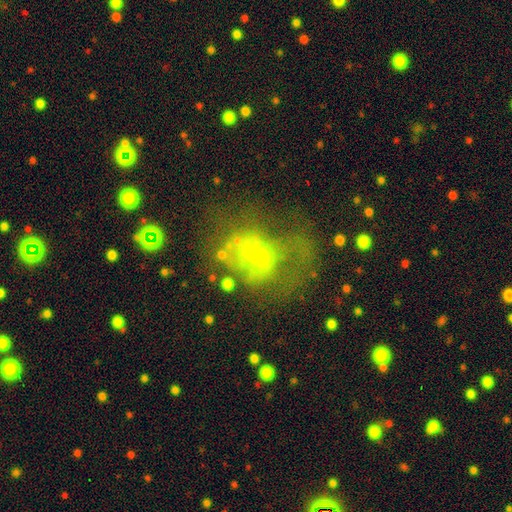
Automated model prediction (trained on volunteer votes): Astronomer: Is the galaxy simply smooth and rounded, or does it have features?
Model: featured or disk — 54% (runner-up: smooth, 31%).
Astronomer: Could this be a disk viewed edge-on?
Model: no — 95%.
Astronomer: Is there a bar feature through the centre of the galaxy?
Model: no — 52% (runner-up: weak, 37%).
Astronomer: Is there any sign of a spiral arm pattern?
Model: no — 68%.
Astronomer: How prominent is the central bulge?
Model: moderate — 53% (runner-up: small, 31%).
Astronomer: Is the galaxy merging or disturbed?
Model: major disturbance — 46% (runner-up: none, 29%).